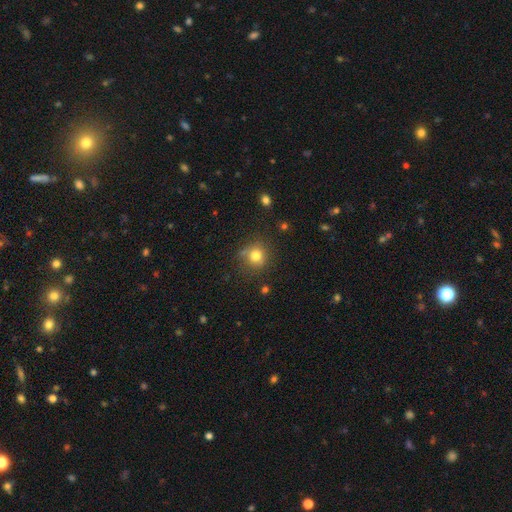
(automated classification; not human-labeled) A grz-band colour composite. It shows a smooth galaxy with no disk features (79%) that is round (87%). Merging: none (74%).